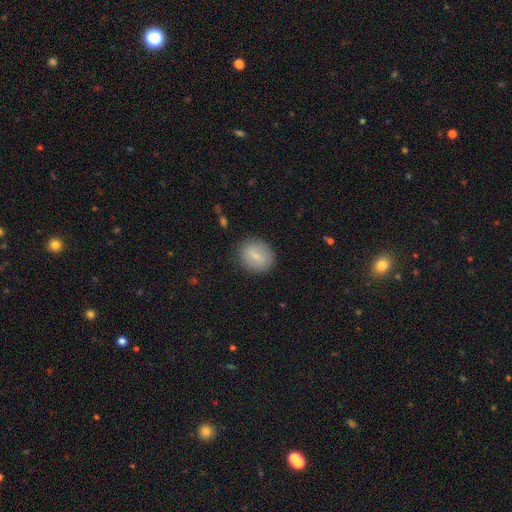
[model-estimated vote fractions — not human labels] Overall: smooth (74%). How rounded: round (58%; in between 40%). Merging: none (84%).